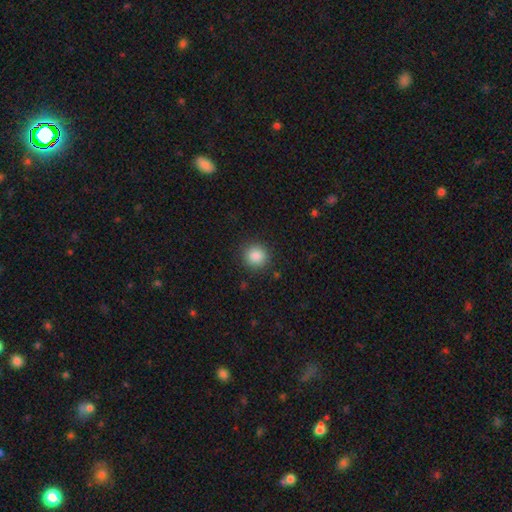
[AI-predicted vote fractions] Q: Smooth or featured?
A: smooth (87%); runner-up: star or artifact (10%)
Q: How rounded?
A: round (92%); runner-up: in between (7%)
Q: Merging?
A: none (89%); runner-up: minor disturbance (7%)